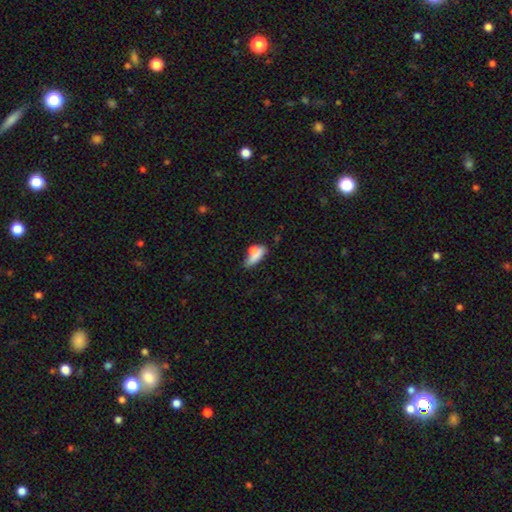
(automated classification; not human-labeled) smooth-or-featured: smooth: 70% | featured or disk: 20% | star or artifact: 10%
  how-rounded: in between: 72% | cigar-shaped: 21% | round: 7%
  merging: none: 31% | merger: 29% | minor disturbance: 23% | major disturbance: 17%